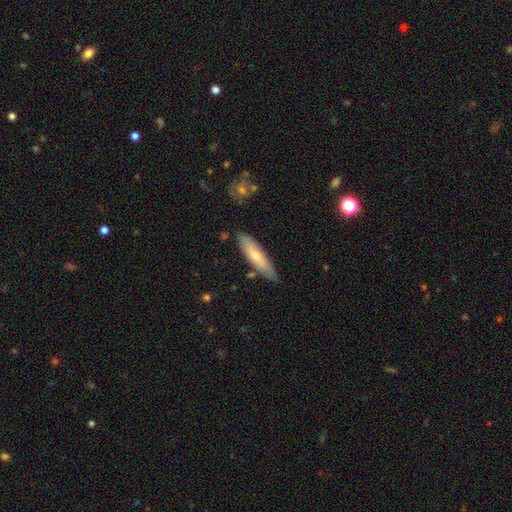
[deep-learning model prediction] This appears to be a smooth galaxy with no disk features (67%) that is cigar-shaped (74%). Merging: none (77%).